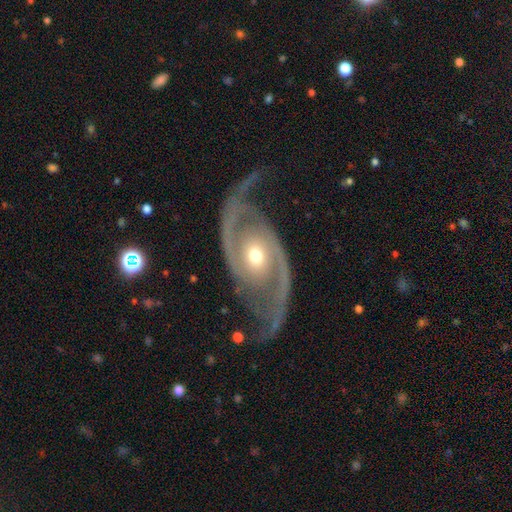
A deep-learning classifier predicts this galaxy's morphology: A featured or disk galaxy (93%) with no bar (64%), 2 (94%) medium (50%) spiral arms (98%) and a moderate central bulge (62%).

Vote fractions:
- Smooth or featured? featured or disk: 93% / star or artifact: 4% / smooth: 3%
- Edge-on disk? no: 97% / yes: 3%
- Bar? no: 64% / weak: 23% / strong: 13%
- Spiral arms? yes: 98% / no: 2%
- Spiral winding? medium: 50% / loose: 29% / tight: 21%
- Spiral arm count? 2: 94% / can't tell: 1% / 3: 1% / 1: 1% / 4: 1% / more than 4: 1%
- Bulge size? moderate: 62% / small: 33% / large: 3% / dominant: 1% / none: 1%
- Merging? none: 78% / minor disturbance: 13% / major disturbance: 7% / merger: 2%